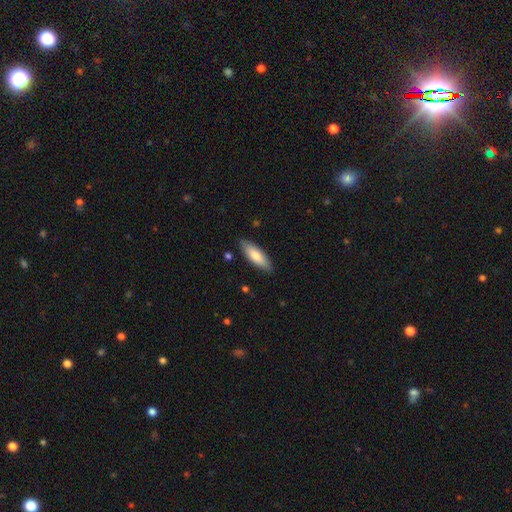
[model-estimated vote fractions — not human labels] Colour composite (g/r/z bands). It shows a smooth galaxy with no disk features (78%) that is in between round and cigar-shaped (57%). Merging: none (86%).